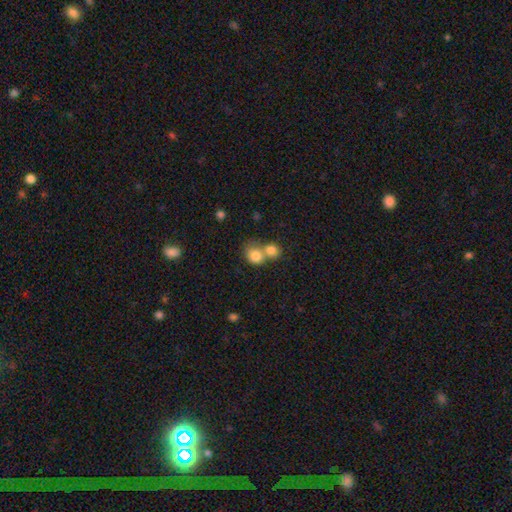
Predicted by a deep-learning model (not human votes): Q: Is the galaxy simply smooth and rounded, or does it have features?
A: smooth — 80%.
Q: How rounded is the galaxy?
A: round — 71%.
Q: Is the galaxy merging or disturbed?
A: merger — 62%.